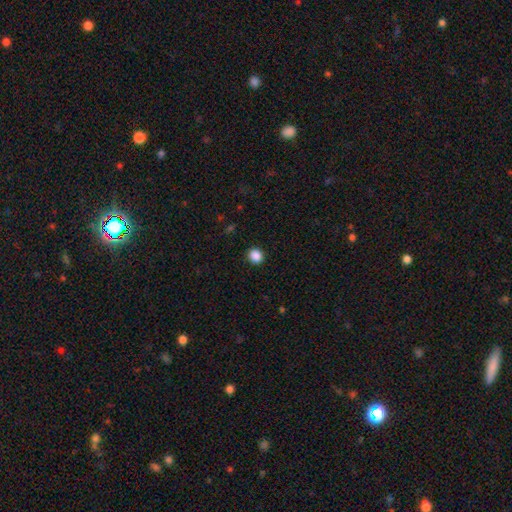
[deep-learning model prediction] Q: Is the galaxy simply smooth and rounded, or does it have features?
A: smooth — 88%.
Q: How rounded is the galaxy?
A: round — 84%.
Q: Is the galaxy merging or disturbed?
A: none — 91%.